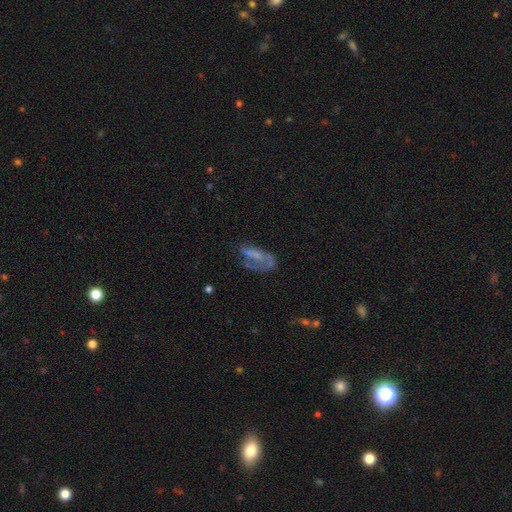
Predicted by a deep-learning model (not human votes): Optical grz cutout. It shows a featured or disk galaxy (51%). Merging: major disturbance (38%).